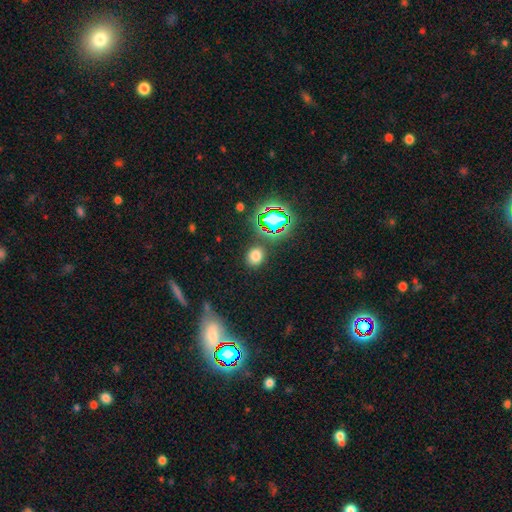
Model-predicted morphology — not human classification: smooth-or-featured: smooth: 71% | star or artifact: 23% | featured or disk: 6%
  how-rounded: round: 65% | in between: 34% | cigar-shaped: 1%
  merging: none: 85% | minor disturbance: 9% | merger: 3% | major disturbance: 3%